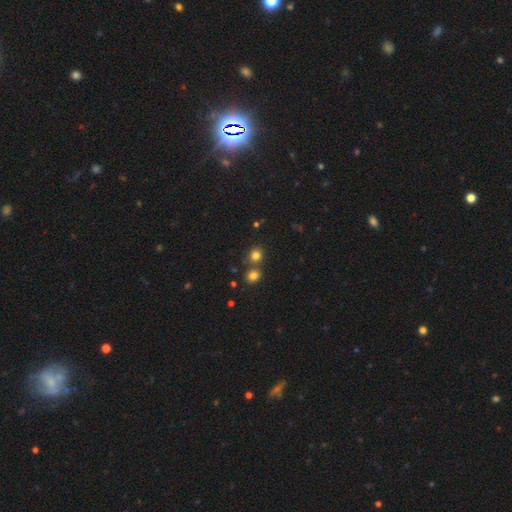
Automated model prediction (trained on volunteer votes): The model was most divided on "merging": none: 64%, merger: 25%, minor disturbance: 8%, major disturbance: 3%. More confident: how rounded — round (80%); smooth or featured — smooth (79%).